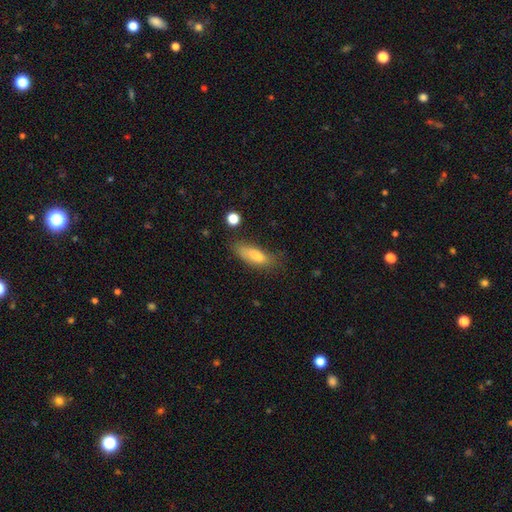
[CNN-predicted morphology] Smooth or featured? Predicted: smooth (p=0.78). How rounded? Predicted: in between (p=0.65). Merging? Predicted: none (p=0.54).